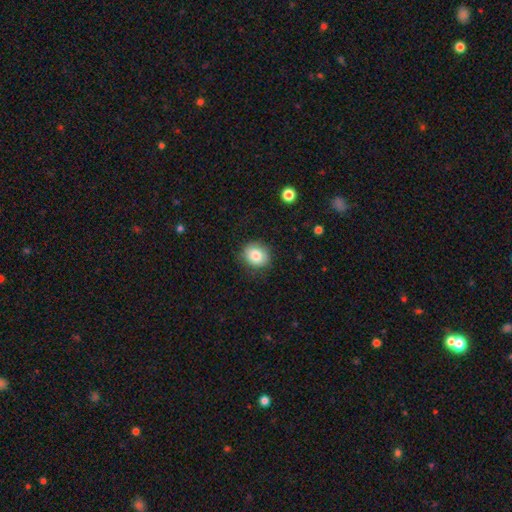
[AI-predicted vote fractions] A smooth galaxy with no disk features (82%) that is round (76%).

Vote fractions:
- Smooth or featured? smooth: 82% / star or artifact: 9% / featured or disk: 9%
- How rounded? round: 76% / in between: 23% / cigar-shaped: 1%
- Merging? none: 85% / minor disturbance: 11% / major disturbance: 3% / merger: 1%